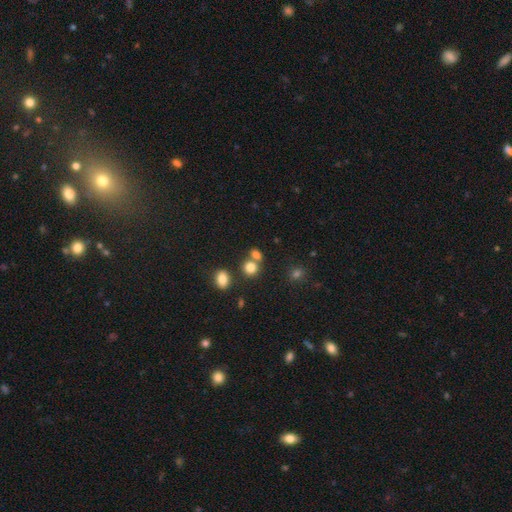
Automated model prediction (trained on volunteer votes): smooth-or-featured: smooth: 75% | star or artifact: 17% | featured or disk: 8%
  how-rounded: round: 73% | in between: 26% | cigar-shaped: 1%
  merging: none: 54% | merger: 34% | minor disturbance: 8% | major disturbance: 4%